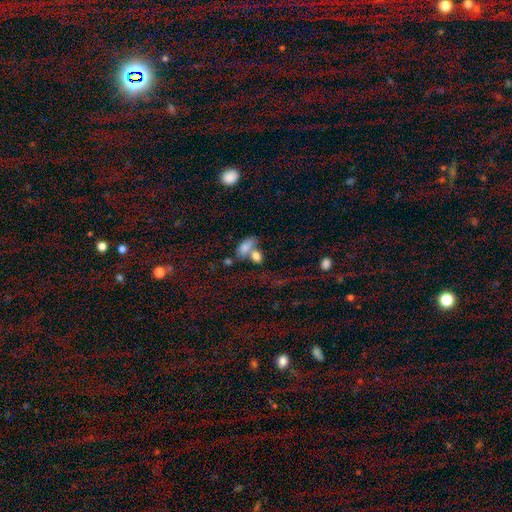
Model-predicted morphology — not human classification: Smooth or featured?
  - smooth: 73% *
  - featured or disk: 15%
  - star or artifact: 12%
How rounded?
  - in between: 78% *
  - round: 17%
  - cigar-shaped: 5%
Merging?
  - merger: 54% *
  - none: 26%
  - minor disturbance: 10%
  - major disturbance: 9%